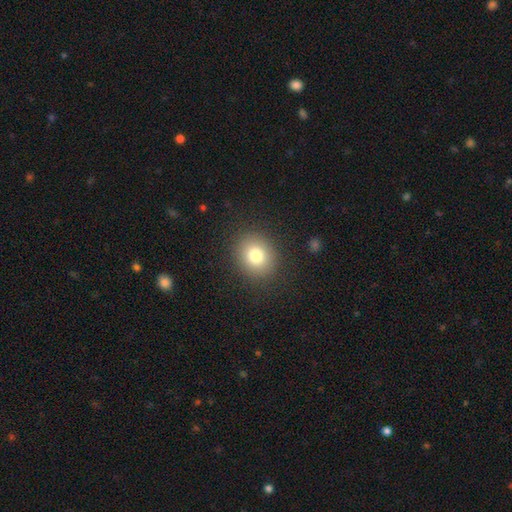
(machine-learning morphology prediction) Q: Smooth or featured?
A: smooth (79%); runner-up: star or artifact (11%)
Q: How rounded?
A: round (72%); runner-up: in between (27%)
Q: Merging?
A: none (88%); runner-up: minor disturbance (8%)